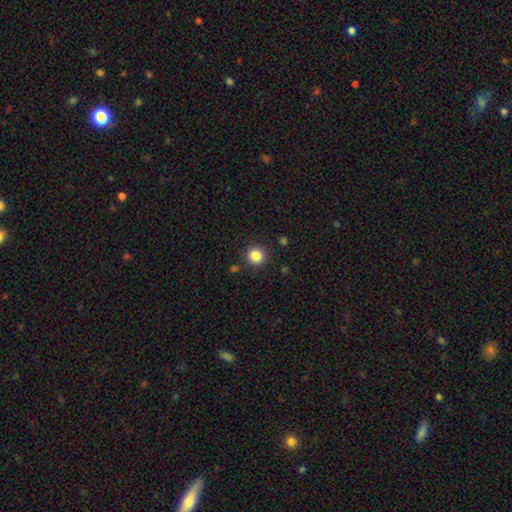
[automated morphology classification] type=smooth (85%); roundness=round (94%); merging=none (89%).